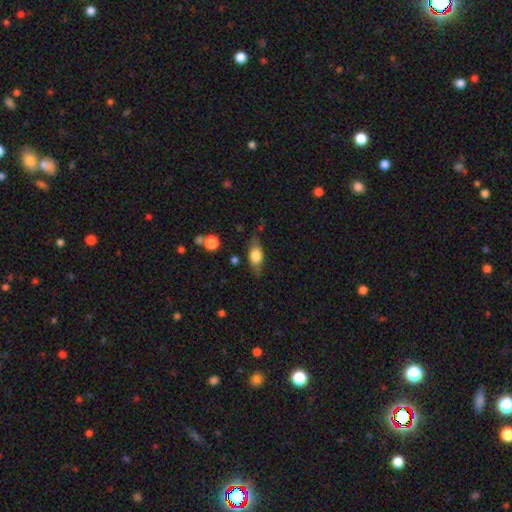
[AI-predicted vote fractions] The model was most divided on "smooth or featured": smooth: 66%, featured or disk: 26%, star or artifact: 8%. More confident: how rounded — in between (76%); merging — none (70%).